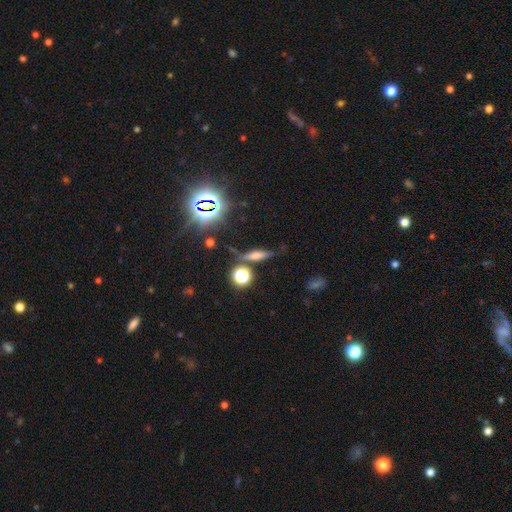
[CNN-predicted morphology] The model was most divided on "smooth or featured": smooth: 45%, featured or disk: 34%, star or artifact: 21%. More confident: merging — none (72%).